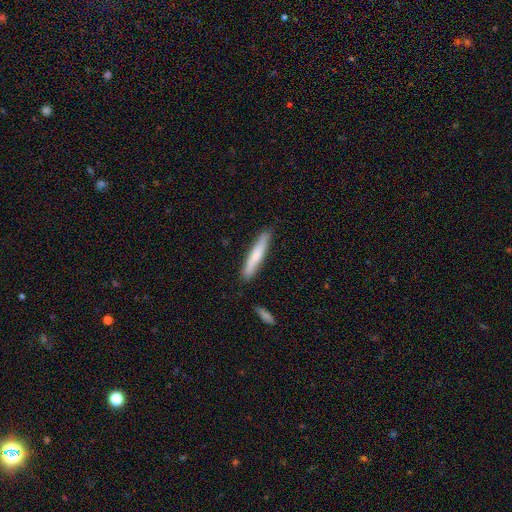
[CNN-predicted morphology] smooth 64%, featured or disk 30%, star or artifact 5%. Down the decision tree: how rounded — cigar-shaped (92%); merging — none (84%).